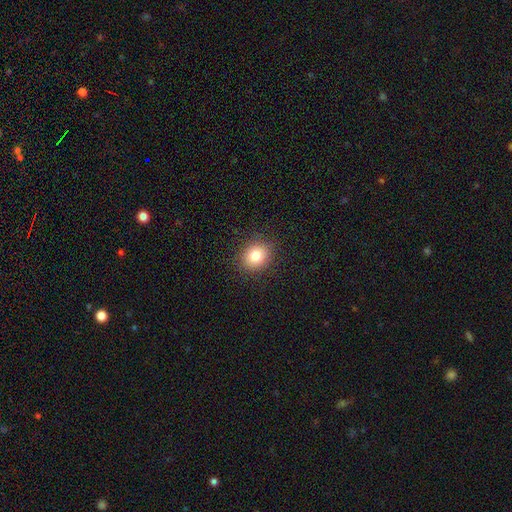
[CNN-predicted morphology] smooth-or-featured: smooth: 81% | star or artifact: 11% | featured or disk: 8%
  how-rounded: round: 63% | in between: 36% | cigar-shaped: 1%
  merging: none: 89% | minor disturbance: 8% | major disturbance: 3% | merger: 1%